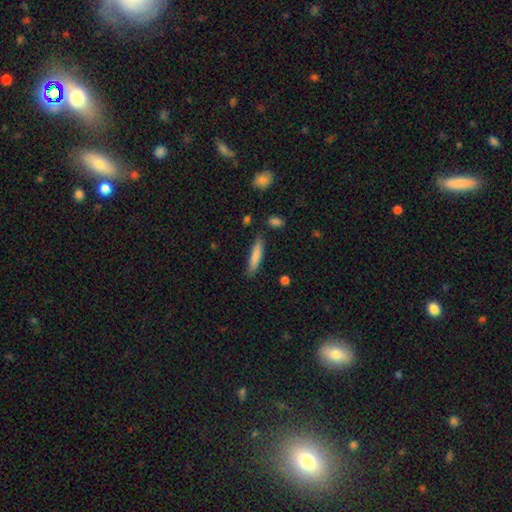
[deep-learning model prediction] Smooth or featured? Predicted: smooth (p=0.80). How rounded? Predicted: cigar-shaped (p=0.83). Merging? Predicted: none (p=0.84).